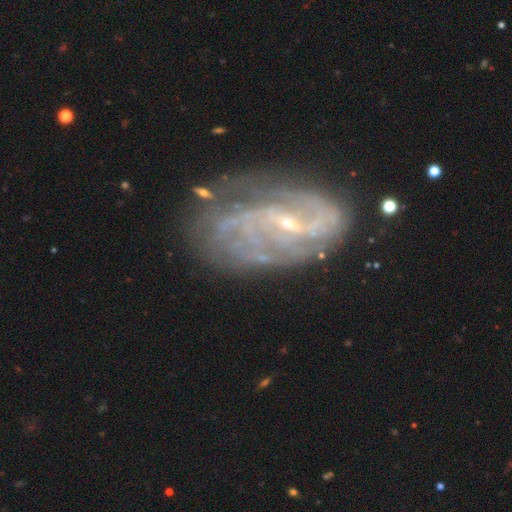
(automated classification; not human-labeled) This appears to be a featured or disk galaxy (86%) with a weak bar (51%), medium (41%) spiral arms (91%) and a small central bulge (78%). Merging: none (55%).